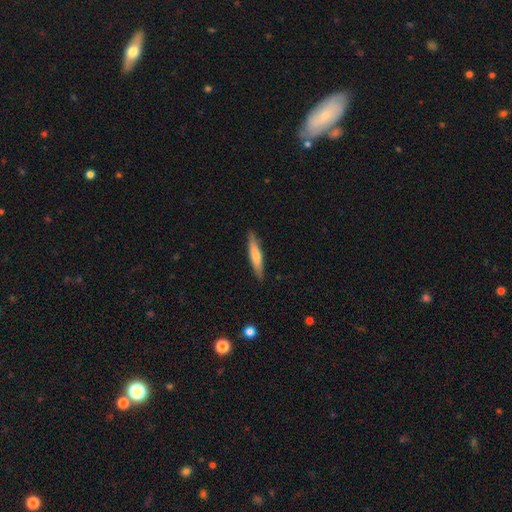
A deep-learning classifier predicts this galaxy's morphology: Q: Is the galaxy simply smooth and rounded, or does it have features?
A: smooth — 64%.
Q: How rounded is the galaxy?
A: cigar-shaped — 86%.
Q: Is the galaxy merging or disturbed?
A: none — 87%.